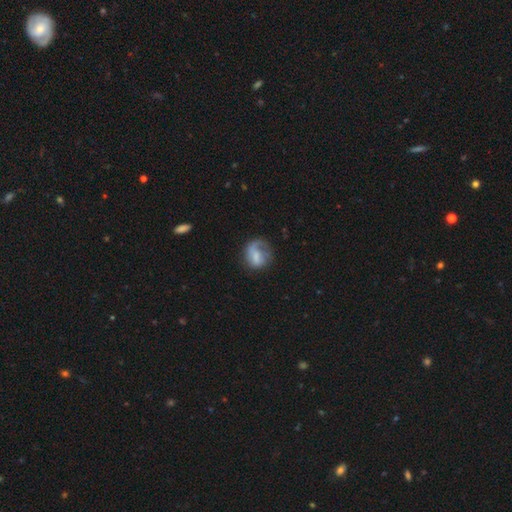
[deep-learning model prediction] A smooth galaxy with no disk features (51%) that is round (58%). Merging: none (40%).